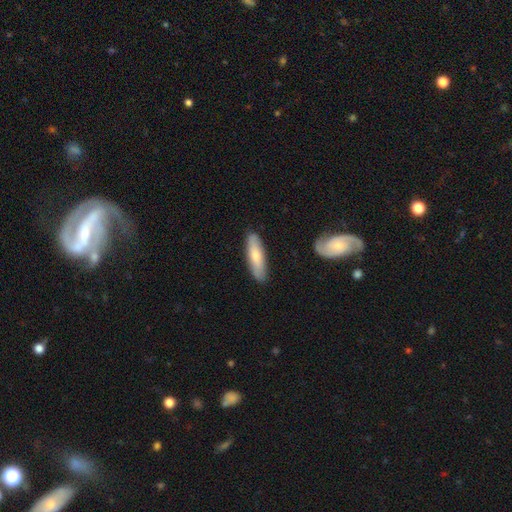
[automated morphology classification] The model was most divided on "how rounded": cigar-shaped: 64%, in between: 35%, round: 2%. More confident: merging — none (86%); smooth or featured — smooth (69%).